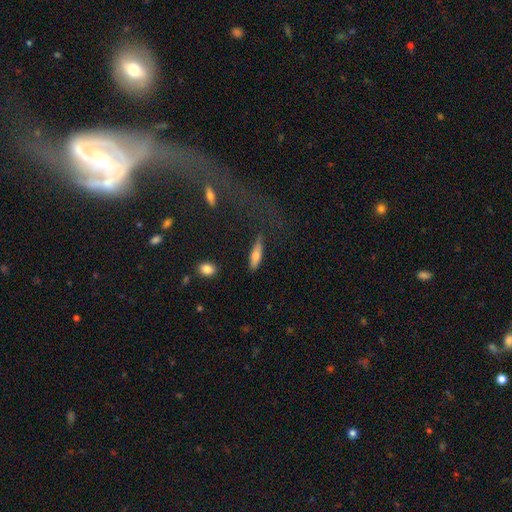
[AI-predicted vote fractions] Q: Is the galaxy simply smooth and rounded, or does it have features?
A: smooth — 68%.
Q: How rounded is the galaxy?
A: cigar-shaped — 61%.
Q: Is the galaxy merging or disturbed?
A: none — 78%.